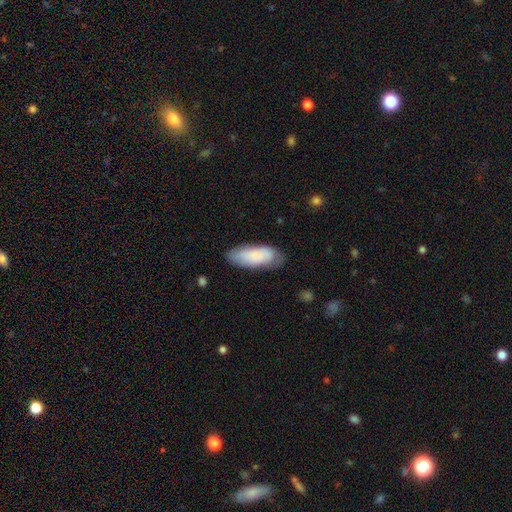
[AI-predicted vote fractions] Q: Smooth or featured?
A: smooth (78%); runner-up: featured or disk (16%)
Q: How rounded?
A: in between (77%); runner-up: cigar-shaped (21%)
Q: Merging?
A: none (68%); runner-up: minor disturbance (24%)